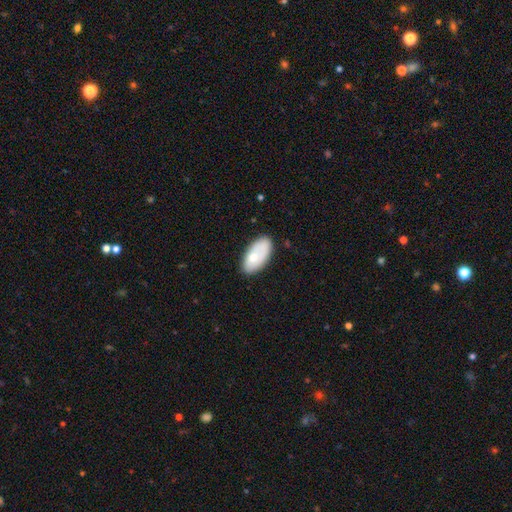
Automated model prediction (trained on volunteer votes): Overall: smooth (69%). How rounded: in between (94%). Merging: none (72%).